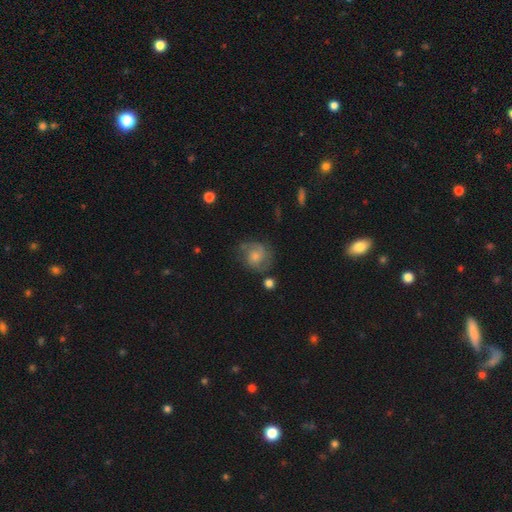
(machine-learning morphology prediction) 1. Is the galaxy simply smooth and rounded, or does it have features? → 50% featured or disk, 42% smooth, 9% star or artifact.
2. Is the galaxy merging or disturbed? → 59% none, 25% minor disturbance, 13% major disturbance, 4% merger.